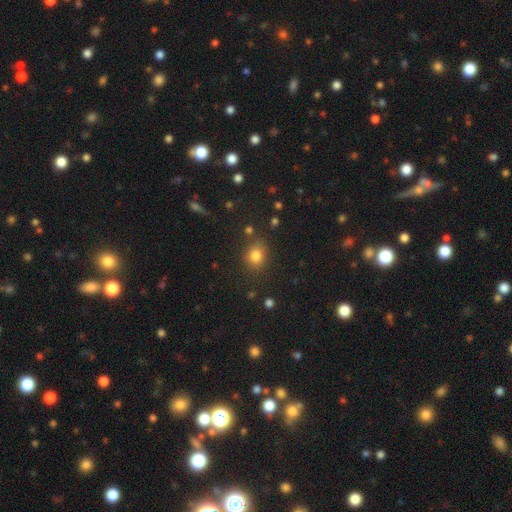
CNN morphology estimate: Smooth or featured? Predicted: smooth (p=0.80). How rounded? Predicted: round (p=0.66). Merging? Predicted: none (p=0.78).